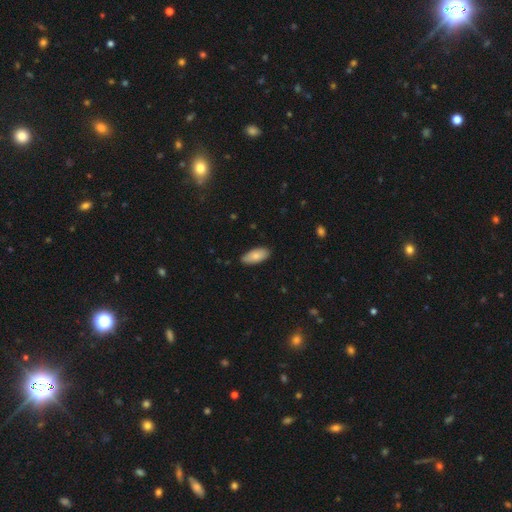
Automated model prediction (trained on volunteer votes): This appears to be a smooth galaxy with no disk features (82%) that is in between round and cigar-shaped (89%). Merging: none (85%).